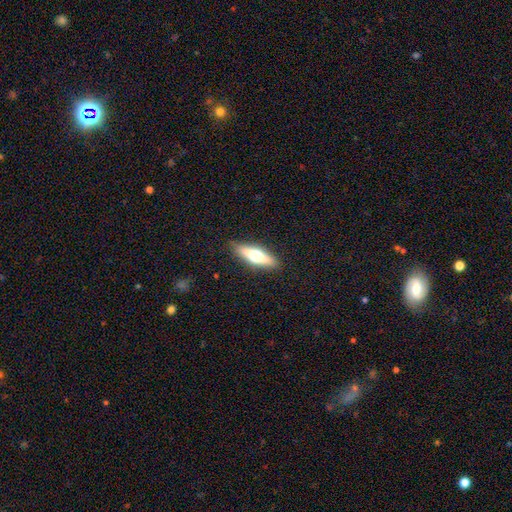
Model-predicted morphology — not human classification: Smooth or featured?
  - smooth: 53% *
  - featured or disk: 40%
  - star or artifact: 6%
How rounded?
  - cigar-shaped: 49% *
  - in between: 48%
  - round: 3%
Merging?
  - none: 87% *
  - minor disturbance: 10%
  - major disturbance: 2%
  - merger: 1%